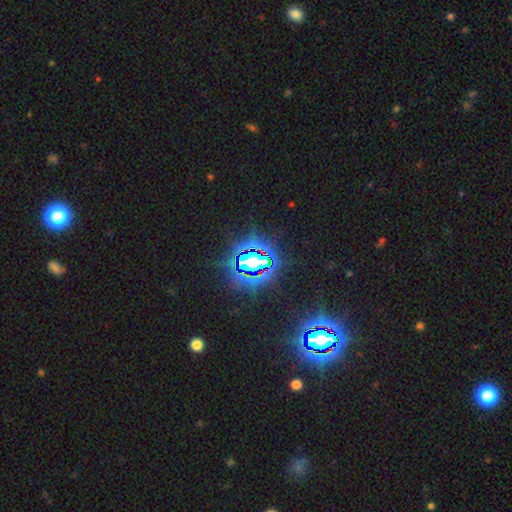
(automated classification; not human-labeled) Smooth or featured? star or artifact (84%)